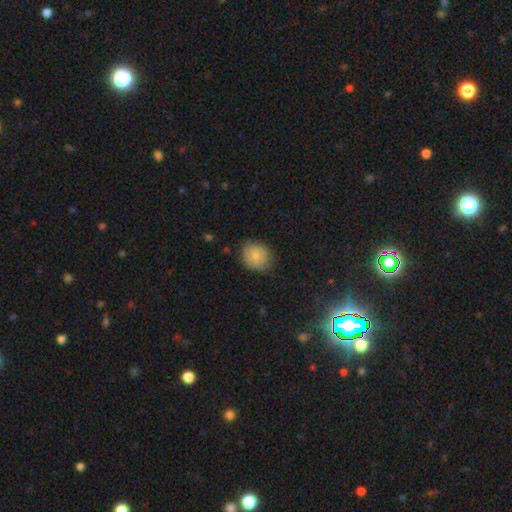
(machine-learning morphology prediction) A smooth galaxy with no disk features (81%) that is round (69%). Merging: none (71%).